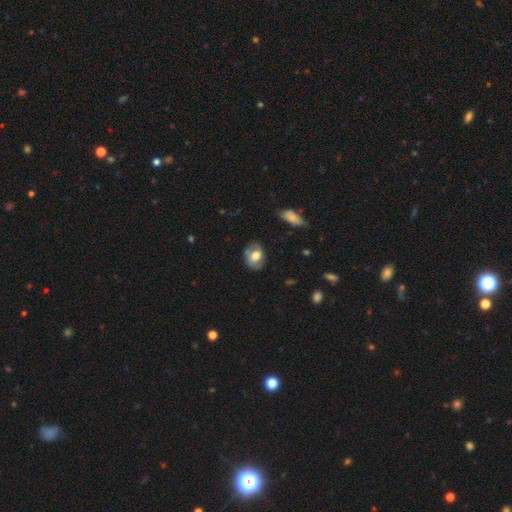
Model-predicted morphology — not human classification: Overall: smooth (62%; featured or disk 31%). How rounded: in between (67%; round 31%). Merging: none (71%).